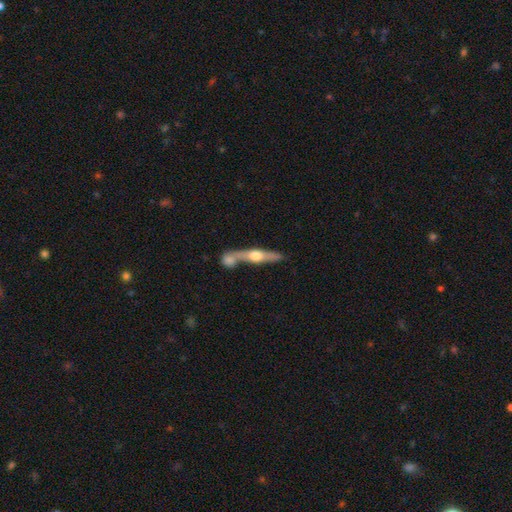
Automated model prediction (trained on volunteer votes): smooth-or-featured: featured or disk: 60% | smooth: 35% | star or artifact: 5%
  disk-edge-on: yes: 90% | no: 10%
    edge-on-bulge: rounded: 93% | boxy: 3% | none: 3%
  merging: none: 49% | merger: 36% | minor disturbance: 10% | major disturbance: 4%